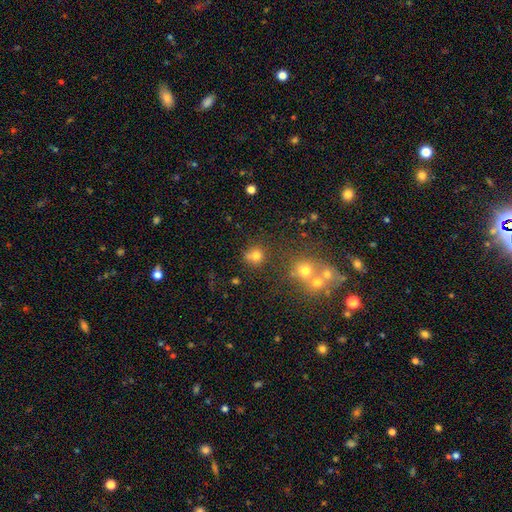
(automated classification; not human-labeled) smooth-or-featured: smooth: 73% | star or artifact: 18% | featured or disk: 9%
  how-rounded: round: 85% | in between: 14% | cigar-shaped: 1%
  merging: none: 62% | merger: 20% | minor disturbance: 12% | major disturbance: 6%